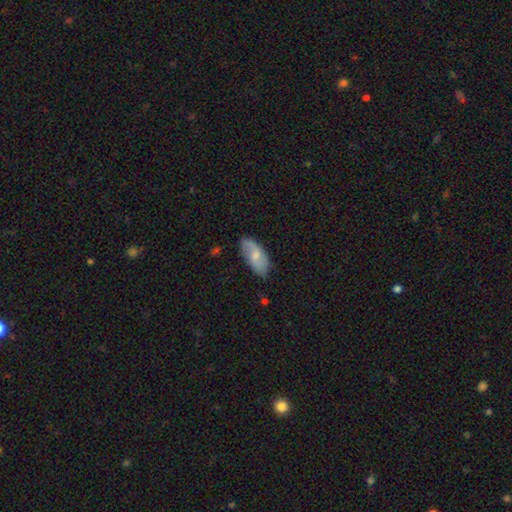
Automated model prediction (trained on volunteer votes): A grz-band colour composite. It shows a smooth galaxy with no disk features (57%) that is in between round and cigar-shaped (90%). Merging: none (74%).